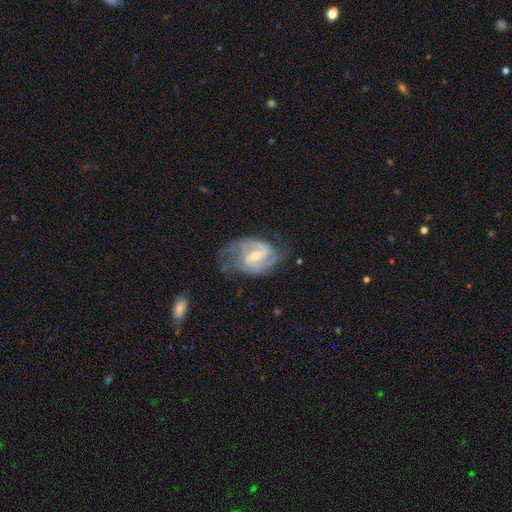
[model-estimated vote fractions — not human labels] Q: Smooth or featured?
A: featured or disk (86%); runner-up: smooth (9%)
Q: Edge-on disk?
A: no (97%); runner-up: yes (3%)
Q: Bar?
A: weak (53%); runner-up: no (29%)
Q: Spiral arms?
A: yes (95%); runner-up: no (5%)
Q: Spiral winding?
A: medium (48%); runner-up: tight (37%)
Q: Spiral arm count?
A: 2 (61%); runner-up: can't tell (17%)
Q: Bulge size?
A: small (55%); runner-up: moderate (41%)
Q: Merging?
A: none (53%); runner-up: minor disturbance (26%)